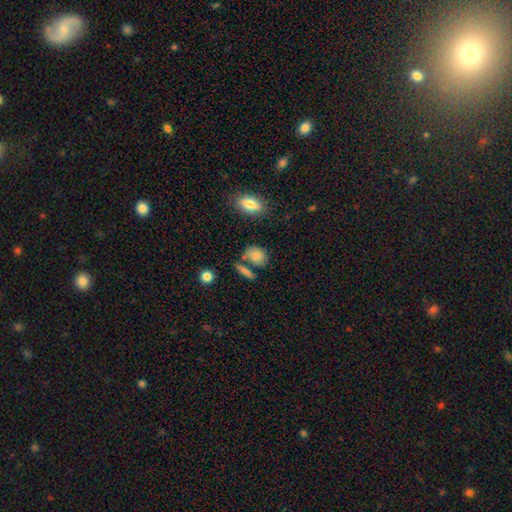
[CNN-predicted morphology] Overall: smooth (81%). How rounded: in between (59%; round 37%). Merging: none (57%; minor disturbance 18%).